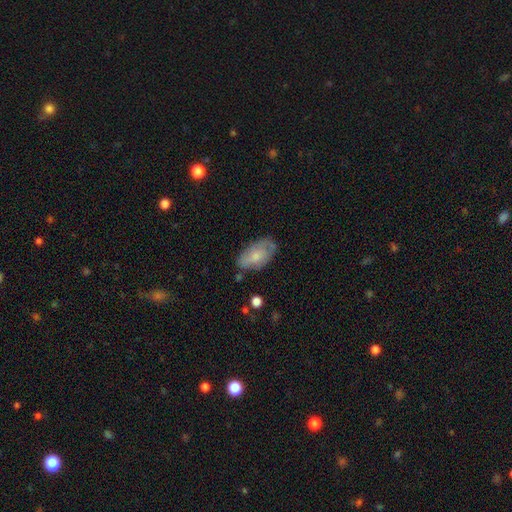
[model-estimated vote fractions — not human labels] Morphology: type=smooth (66%); roundness=in between (93%); merging=none (64%).